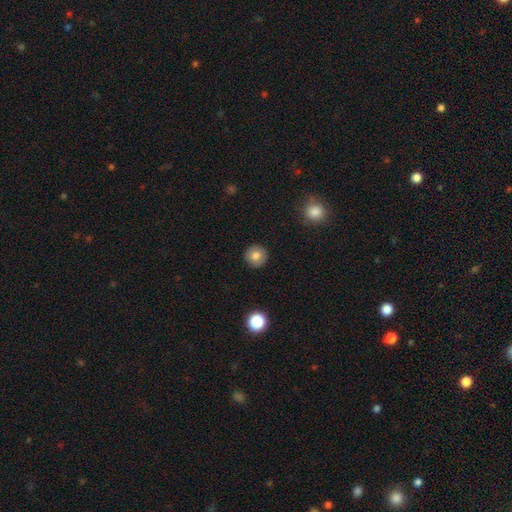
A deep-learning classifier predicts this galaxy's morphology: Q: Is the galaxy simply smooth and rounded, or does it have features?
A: smooth — 79%.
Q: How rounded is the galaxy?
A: round — 93%.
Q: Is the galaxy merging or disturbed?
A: none — 91%.